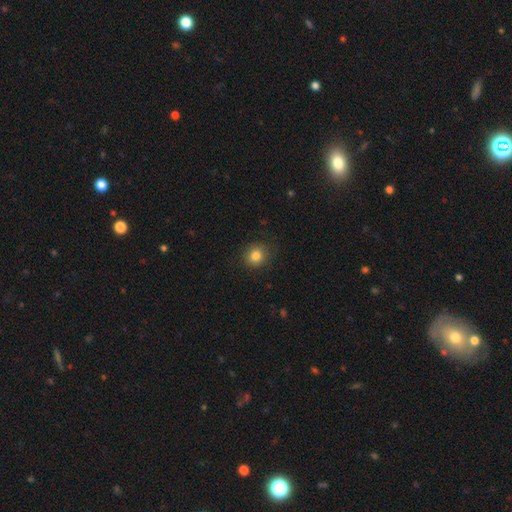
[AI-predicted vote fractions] smooth-or-featured: smooth: 83% | star or artifact: 11% | featured or disk: 6%
  how-rounded: round: 81% | in between: 18% | cigar-shaped: 1%
  merging: none: 86% | minor disturbance: 10% | major disturbance: 3% | merger: 1%